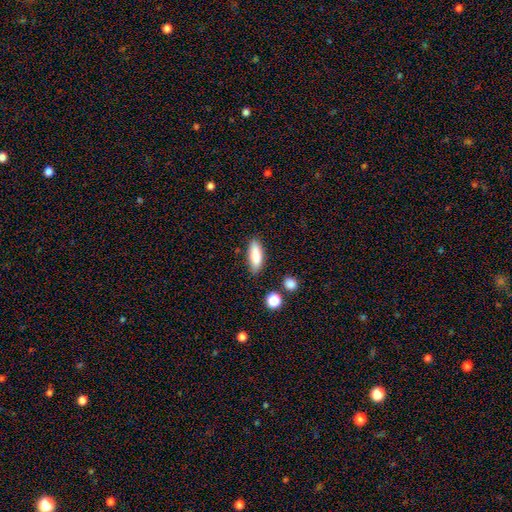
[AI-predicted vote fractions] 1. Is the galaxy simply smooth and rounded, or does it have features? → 81% smooth, 12% featured or disk, 7% star or artifact.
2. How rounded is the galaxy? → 62% in between, 35% cigar-shaped, 2% round.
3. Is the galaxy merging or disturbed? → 81% none, 13% minor disturbance, 3% merger, 3% major disturbance.